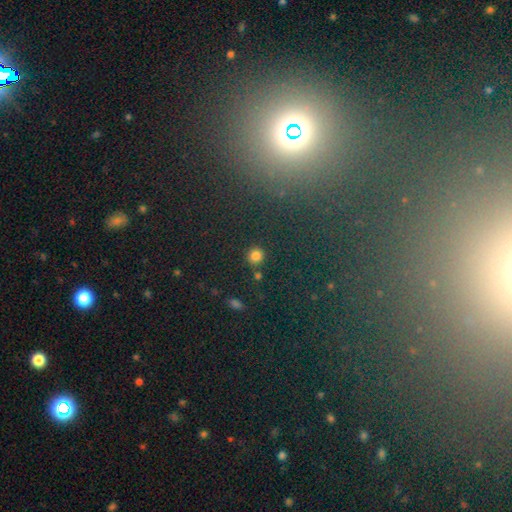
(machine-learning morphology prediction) The model was most divided on "smooth or featured": smooth: 82%, star or artifact: 14%, featured or disk: 5%. More confident: how rounded — round (91%); merging — none (83%).